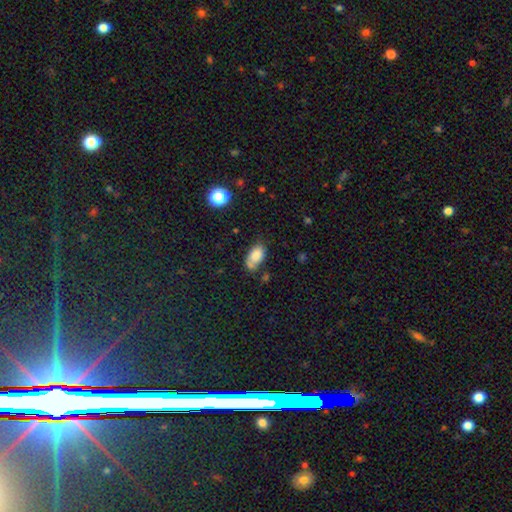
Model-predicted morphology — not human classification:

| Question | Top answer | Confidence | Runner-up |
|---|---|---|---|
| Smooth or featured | smooth | 79% | featured or disk (11%) |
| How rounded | in between | 90% | round (7%) |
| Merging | none | 48% | minor disturbance (26%) |